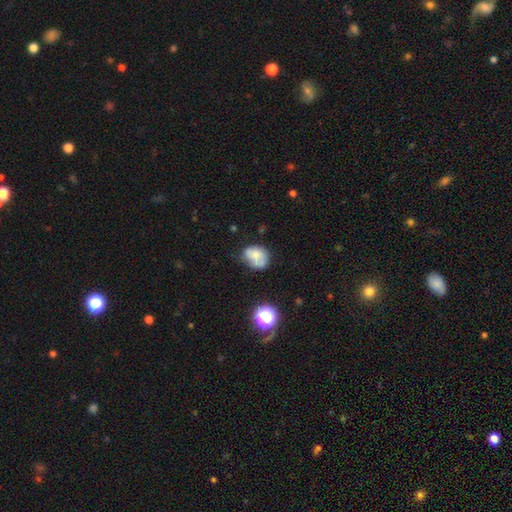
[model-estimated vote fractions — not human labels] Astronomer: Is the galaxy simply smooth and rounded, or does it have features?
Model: smooth — 64%.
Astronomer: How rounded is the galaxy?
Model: in between — 52% (runner-up: round, 48%).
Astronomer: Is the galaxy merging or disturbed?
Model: none — 42% (runner-up: minor disturbance, 33%).